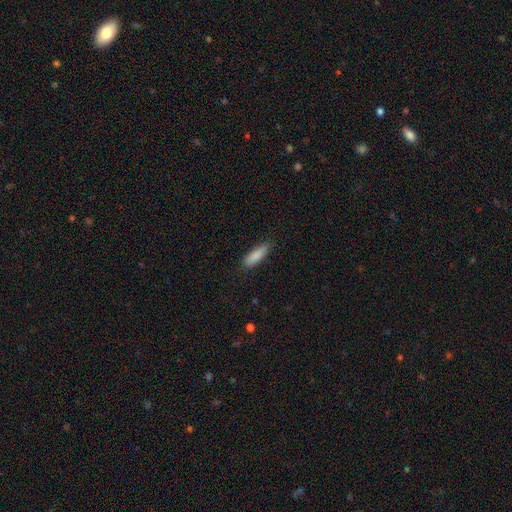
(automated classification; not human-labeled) Smooth or featured? Predicted: smooth (p=0.86). How rounded? Predicted: cigar-shaped (p=0.56). Merging? Predicted: none (p=0.85).